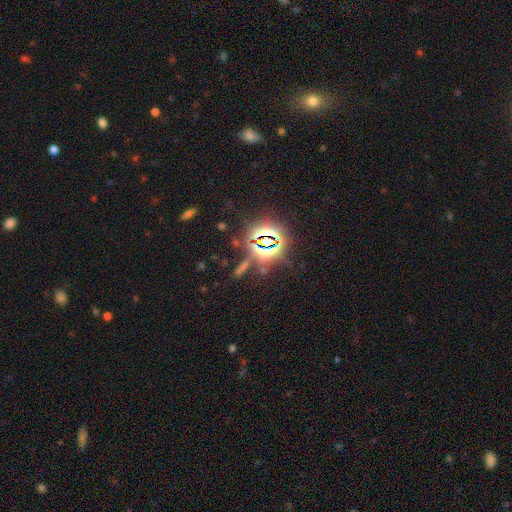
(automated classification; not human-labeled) This is clearly a star or artifact rather than a galaxy (84%).